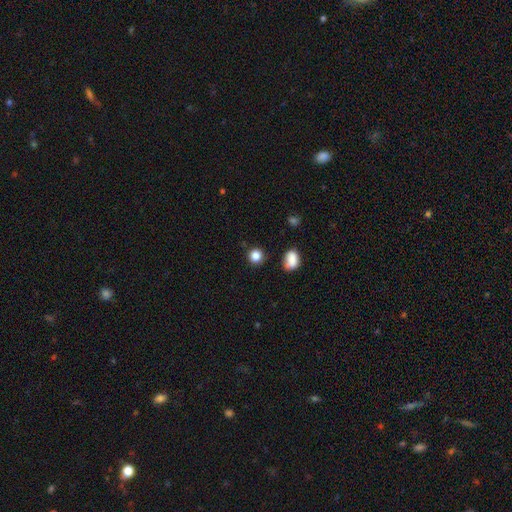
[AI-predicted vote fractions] This is clearly a smooth galaxy (84%). How rounded: clearly round (88%). Merging: clearly none (86%).